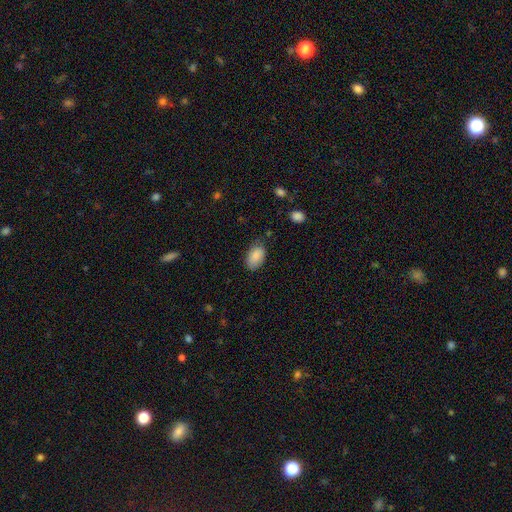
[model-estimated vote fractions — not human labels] A smooth galaxy with no disk features (86%) that is in between round and cigar-shaped (92%).

Vote fractions:
- Smooth or featured? smooth: 86% / star or artifact: 7% / featured or disk: 6%
- How rounded? in between: 92% / round: 6% / cigar-shaped: 1%
- Merging? none: 73% / minor disturbance: 21% / major disturbance: 4% / merger: 2%